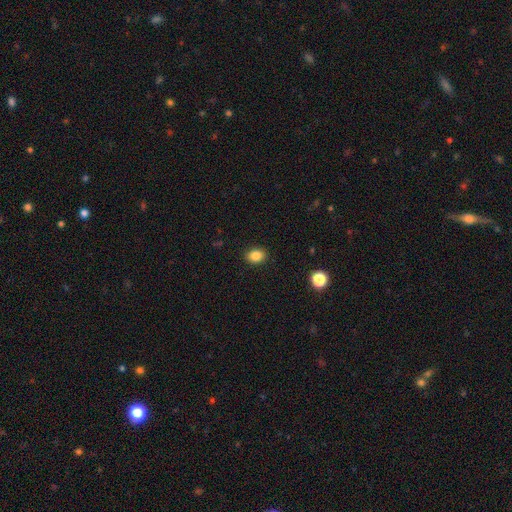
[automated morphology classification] smooth 85%, star or artifact 10%, featured or disk 5%. Down the decision tree: how rounded — in between (60%); merging — none (90%).